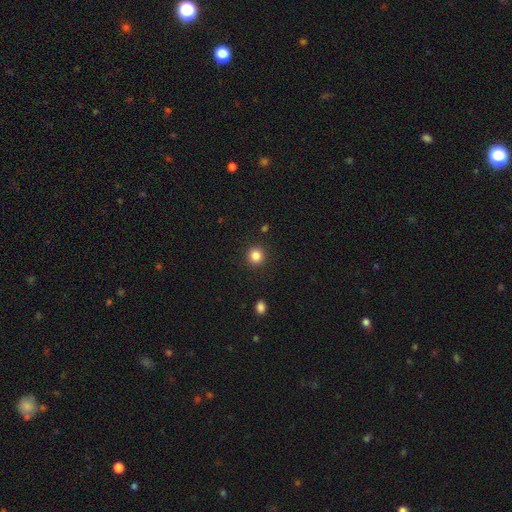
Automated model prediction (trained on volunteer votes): smooth_or_featured: smooth (p=0.85) [alt: star or artifact p=0.11]
how_rounded: round (p=0.92) [alt: in between p=0.07]
merging: none (p=0.91) [alt: minor disturbance p=0.06]